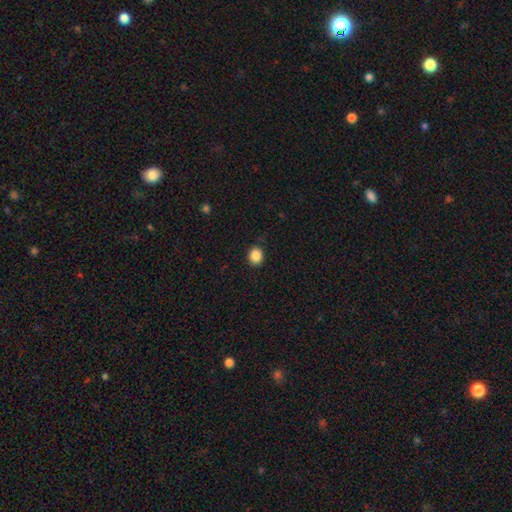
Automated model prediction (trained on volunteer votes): This appears to be a smooth galaxy with no disk features (87%) that is round (75%). Merging: none (89%).